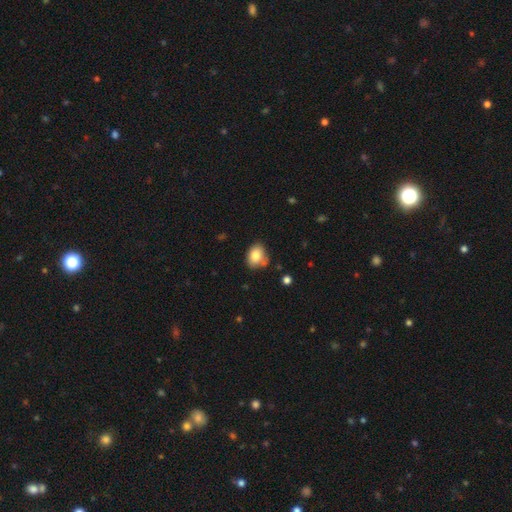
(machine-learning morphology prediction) type=smooth (80%); roundness=in between (60%); merging=none (61%).